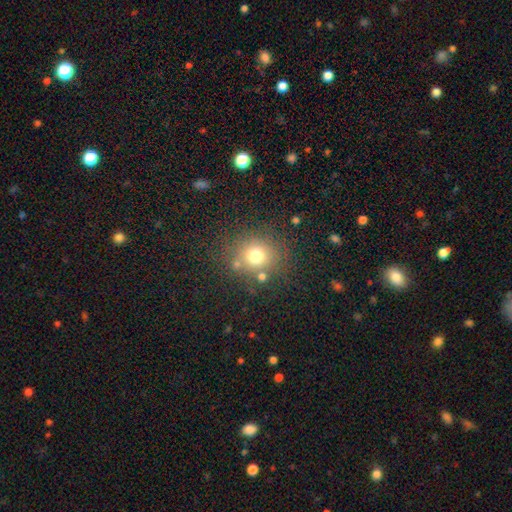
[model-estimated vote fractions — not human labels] A smooth galaxy with no disk features (72%) that is round (83%). Merging: none (76%).